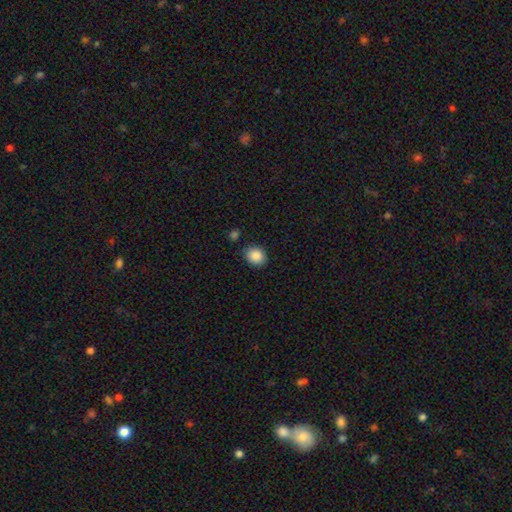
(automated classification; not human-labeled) This is clearly a smooth galaxy (88%). How rounded: possibly round (59%). Merging: clearly none (84%).